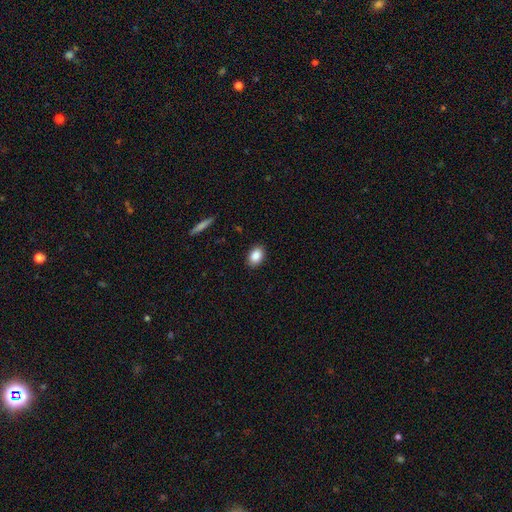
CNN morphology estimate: Smooth or featured?
  - smooth: 87% *
  - star or artifact: 8%
  - featured or disk: 5%
How rounded?
  - in between: 79% *
  - round: 20%
  - cigar-shaped: 1%
Merging?
  - none: 89% *
  - minor disturbance: 8%
  - major disturbance: 2%
  - merger: 1%